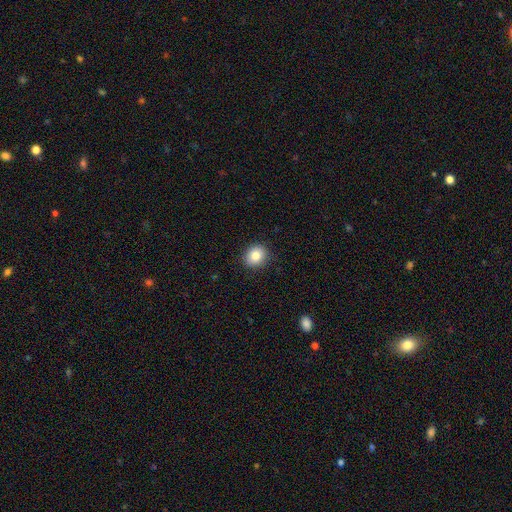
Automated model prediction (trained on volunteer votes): This is clearly a smooth galaxy (84%). How rounded: likely round (68%). Merging: clearly none (90%).